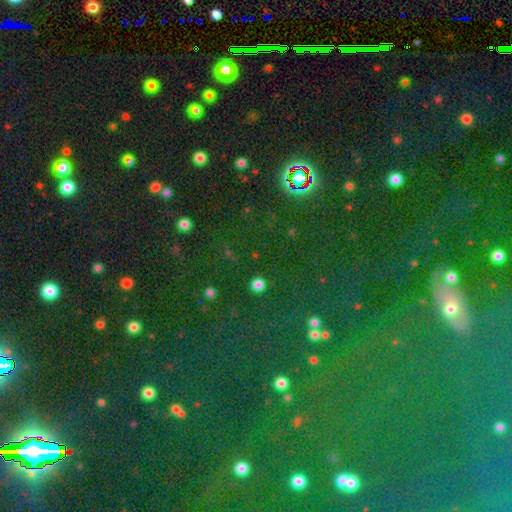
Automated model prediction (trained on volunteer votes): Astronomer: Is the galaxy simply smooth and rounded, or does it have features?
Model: star or artifact — 61%.